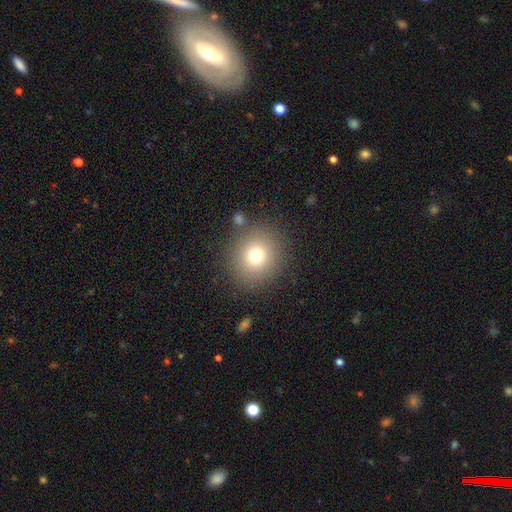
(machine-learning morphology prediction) This is likely a smooth galaxy (74%). How rounded: clearly round (90%). Merging: clearly none (85%).